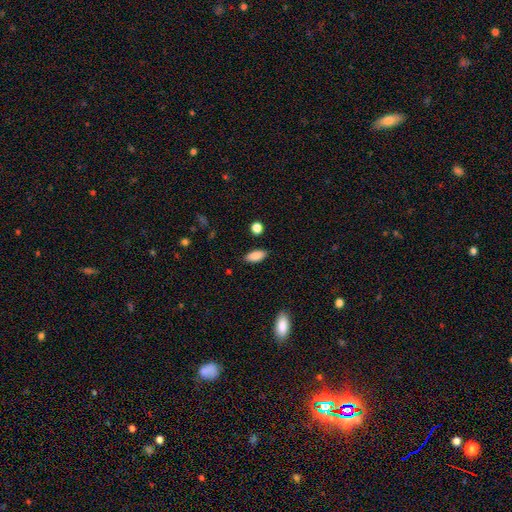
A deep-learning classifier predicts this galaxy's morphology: This appears to be a smooth galaxy with no disk features (88%) that is in between round and cigar-shaped (88%). Merging: none (86%).